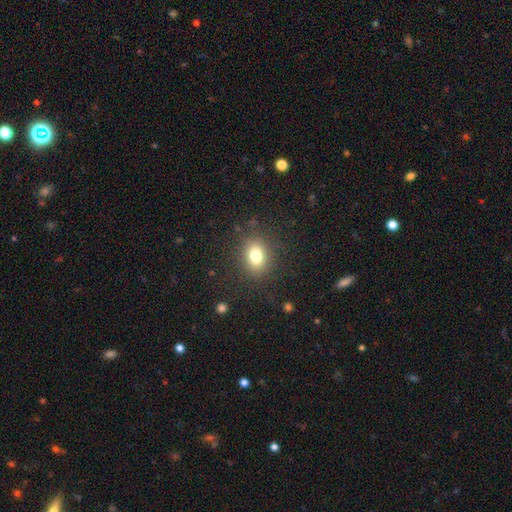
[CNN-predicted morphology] This appears to be a smooth galaxy with no disk features (79%) that is in between round and cigar-shaped (63%). Merging: none (85%).